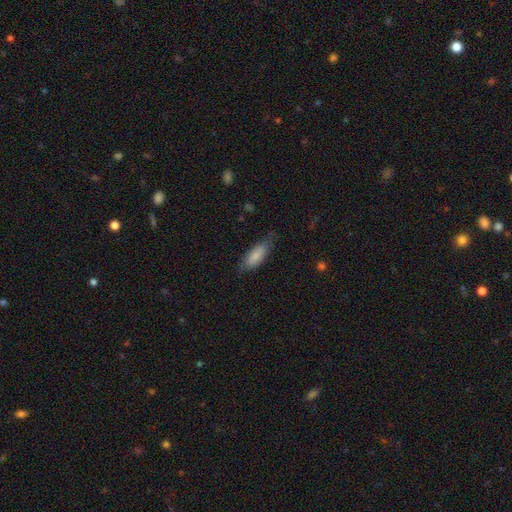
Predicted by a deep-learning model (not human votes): A smooth galaxy with no disk features (82%) that is in between round and cigar-shaped (72%). Merging: none (66%).